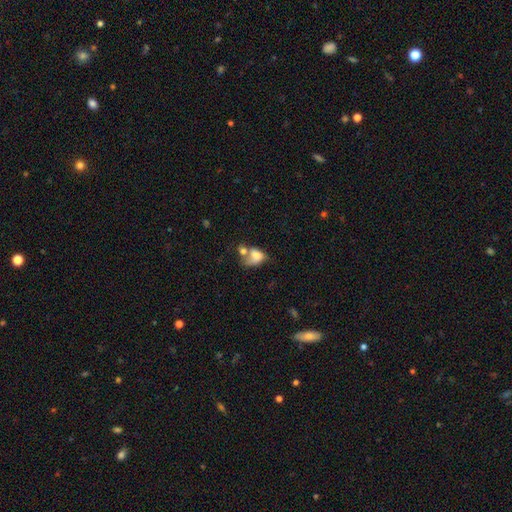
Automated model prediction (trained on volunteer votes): Smooth or featured: smooth — 64% (featured or disk — 26%)
How rounded: in between — 76% (round — 23%)
Merging: merger — 49% (major disturbance — 20%)